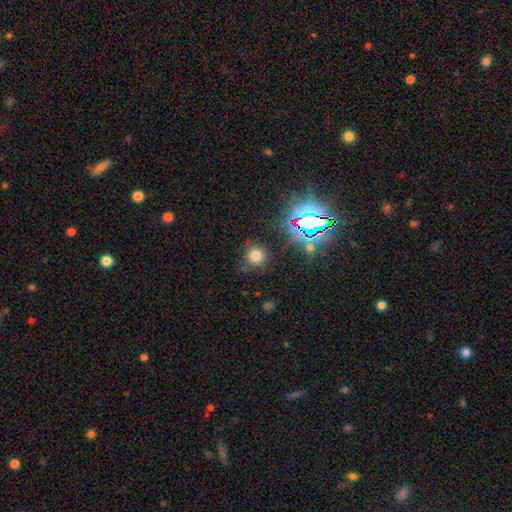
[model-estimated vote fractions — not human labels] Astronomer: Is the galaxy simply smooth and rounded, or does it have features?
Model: smooth — 70%.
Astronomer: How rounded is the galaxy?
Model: round — 92%.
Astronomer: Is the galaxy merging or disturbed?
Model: none — 80%.